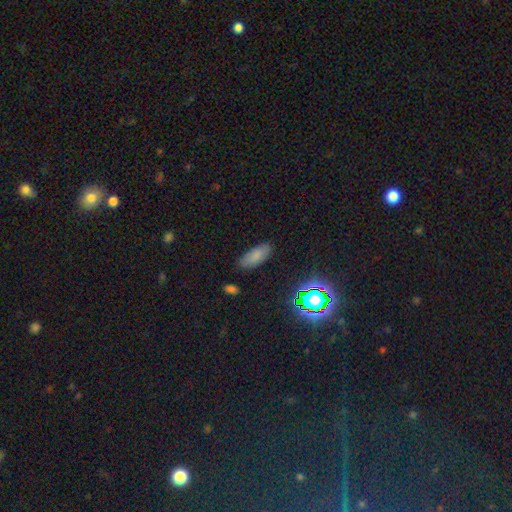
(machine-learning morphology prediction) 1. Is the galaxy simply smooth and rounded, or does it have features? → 78% smooth, 13% star or artifact, 9% featured or disk.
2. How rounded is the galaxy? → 81% in between, 17% cigar-shaped, 2% round.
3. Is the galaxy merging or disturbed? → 84% none, 12% minor disturbance, 3% major disturbance, 1% merger.